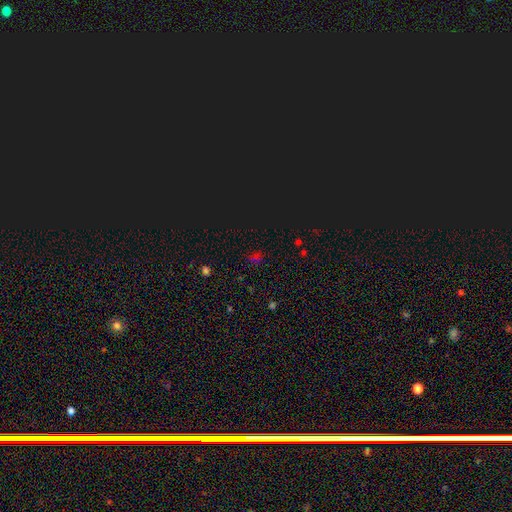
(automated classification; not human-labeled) Smooth or featured?
  - star or artifact: 60% *
  - smooth: 33%
  - featured or disk: 7%